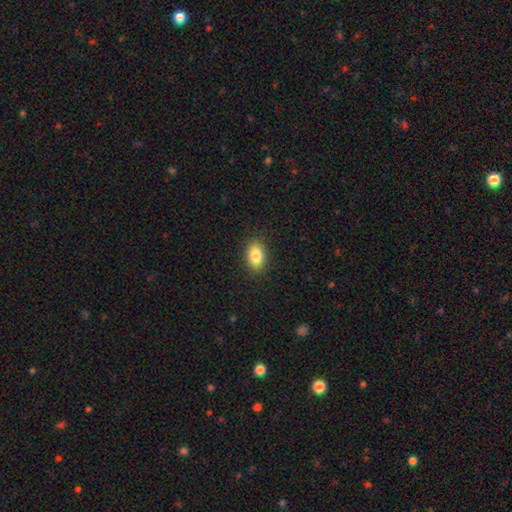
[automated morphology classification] type=smooth (83%); roundness=in between (84%); merging=none (88%).